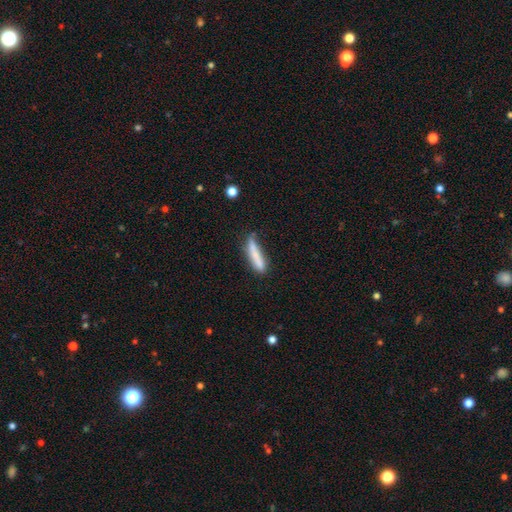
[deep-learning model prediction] Smooth or featured?
  - smooth: 76% *
  - featured or disk: 18%
  - star or artifact: 7%
How rounded?
  - cigar-shaped: 86% *
  - in between: 12%
  - round: 2%
Merging?
  - none: 61% *
  - minor disturbance: 26%
  - major disturbance: 8%
  - merger: 6%